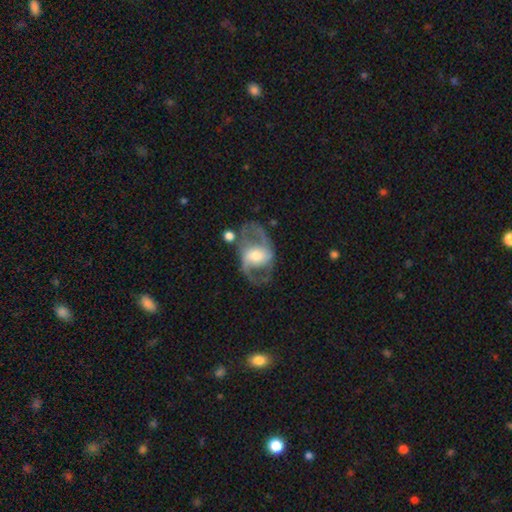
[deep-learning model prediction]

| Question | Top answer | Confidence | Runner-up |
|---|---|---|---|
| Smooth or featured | featured or disk | 80% | smooth (14%) |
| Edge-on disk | no | 96% | yes (4%) |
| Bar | weak | 40% | no (32%) |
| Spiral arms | yes | 83% | no (17%) |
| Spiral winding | medium | 48% | loose (41%) |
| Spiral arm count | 2 | 88% | can't tell (5%) |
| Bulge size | moderate | 60% | small (22%) |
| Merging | none | 59% | major disturbance (17%) |